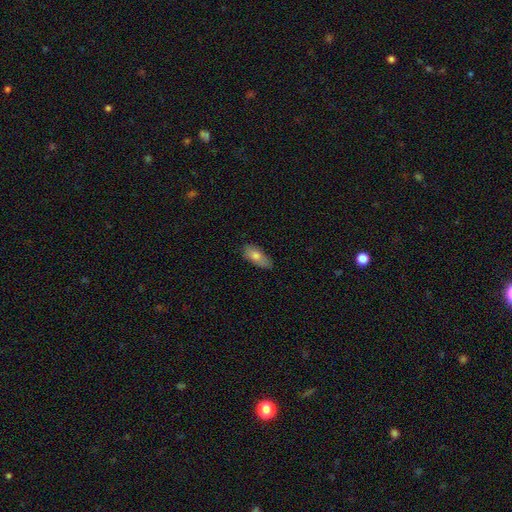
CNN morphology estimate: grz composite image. It shows a smooth galaxy with no disk features (77%) that is in between round and cigar-shaped (79%). Merging: none (74%).